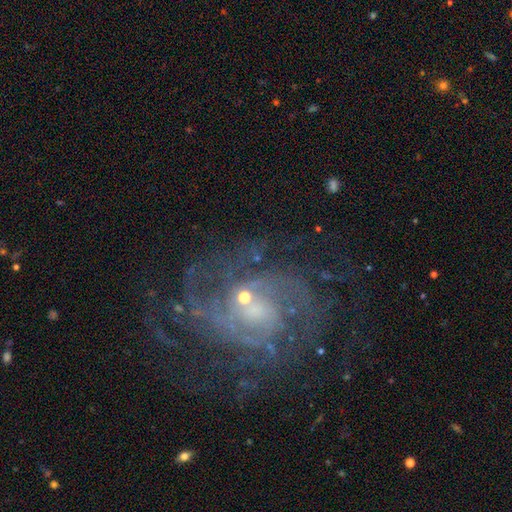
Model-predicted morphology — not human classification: This is clearly a featured or disk galaxy (84%). It is clearly not viewed edge-on (98%). Bar: possibly no (60%). Spiral arm pattern: clearly yes (94%). Spiral arm count: marginally 2 (28%). Spiral winding: possibly tight (46%). Central bulge: possibly small (60%). Merging: likely none (65%).